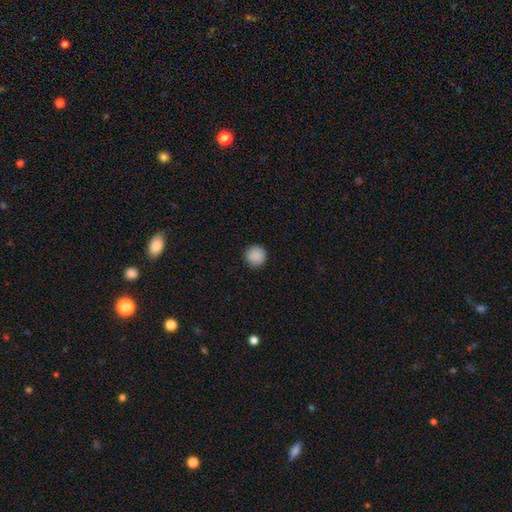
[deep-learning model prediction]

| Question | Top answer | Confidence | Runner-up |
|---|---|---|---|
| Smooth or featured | smooth | 89% | star or artifact (8%) |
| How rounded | round | 95% | in between (4%) |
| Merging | none | 92% | minor disturbance (5%) |